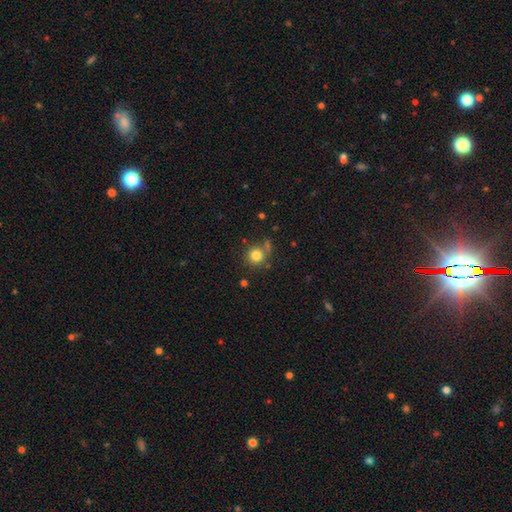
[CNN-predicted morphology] Q: Smooth or featured?
A: smooth (81%); runner-up: star or artifact (12%)
Q: How rounded?
A: round (90%); runner-up: in between (9%)
Q: Merging?
A: none (72%); runner-up: minor disturbance (13%)